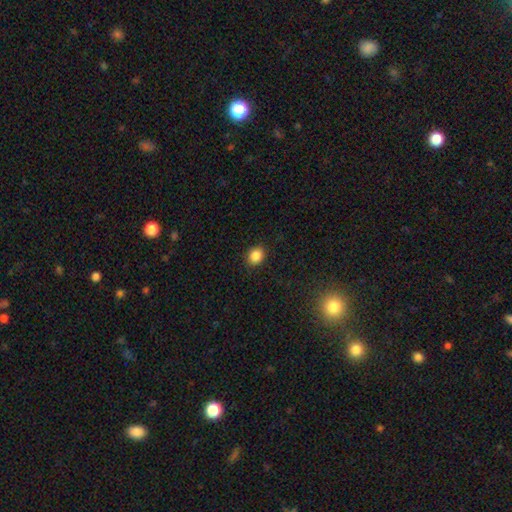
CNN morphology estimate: type=smooth (87%); roundness=round (62%); merging=none (89%).